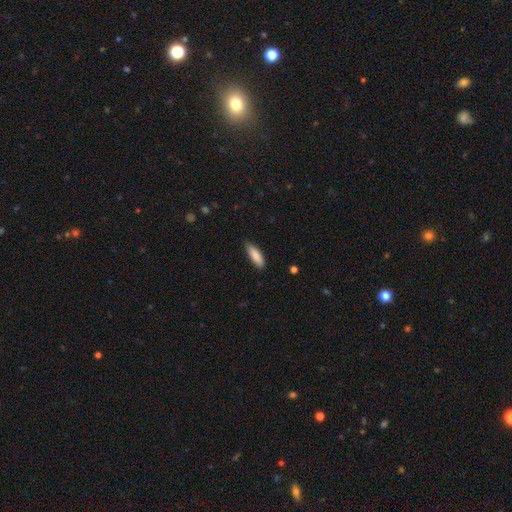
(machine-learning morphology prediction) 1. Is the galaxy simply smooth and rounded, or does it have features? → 86% smooth, 9% featured or disk, 6% star or artifact.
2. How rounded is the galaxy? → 50% cigar-shaped, 49% in between, 2% round.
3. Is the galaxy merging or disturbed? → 82% none, 15% minor disturbance, 2% major disturbance, 1% merger.